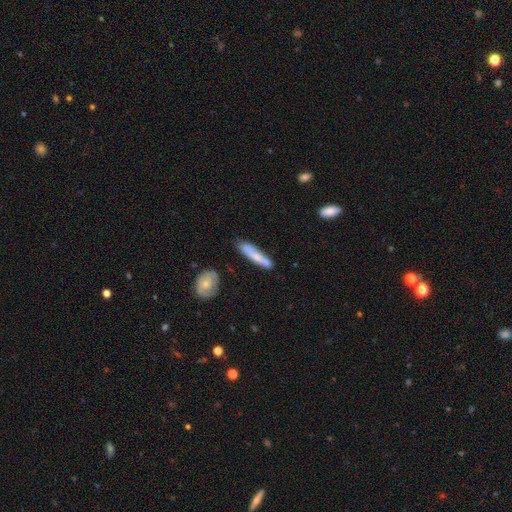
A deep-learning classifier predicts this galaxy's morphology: This appears to be a smooth galaxy with no disk features (65%) that is cigar-shaped (88%). Merging: none (67%).